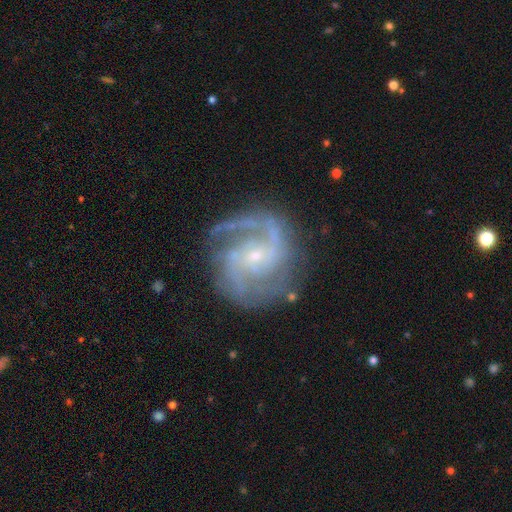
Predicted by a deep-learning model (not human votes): The model was most divided on "spiral winding": medium: 54%, tight: 33%, loose: 13%. More confident: edge-on disk — no (98%); spiral arms — yes (98%); smooth or featured — featured or disk (90%); bulge size — small (79%); merging — none (76%); spiral arm count — 2 (64%); bar — no (58%).